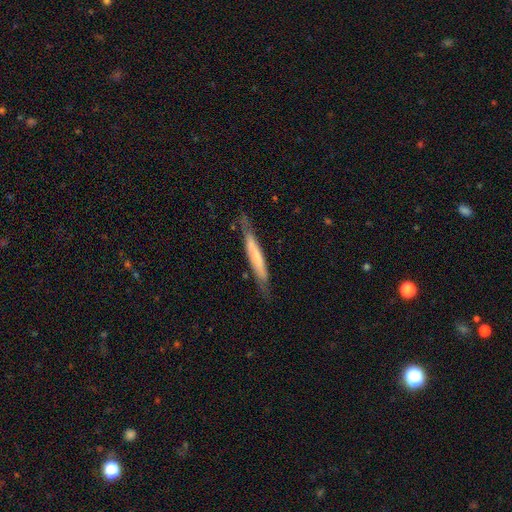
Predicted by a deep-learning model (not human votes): Morphology: type=smooth (48%); merging=none (76%).